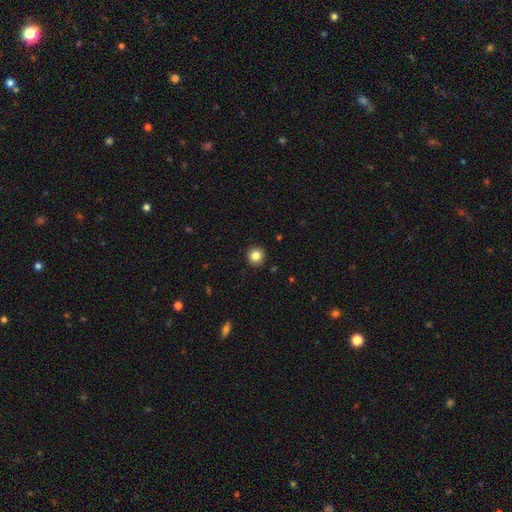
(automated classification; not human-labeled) This appears to be a smooth galaxy with no disk features (85%) that is round (93%). Merging: none (92%).